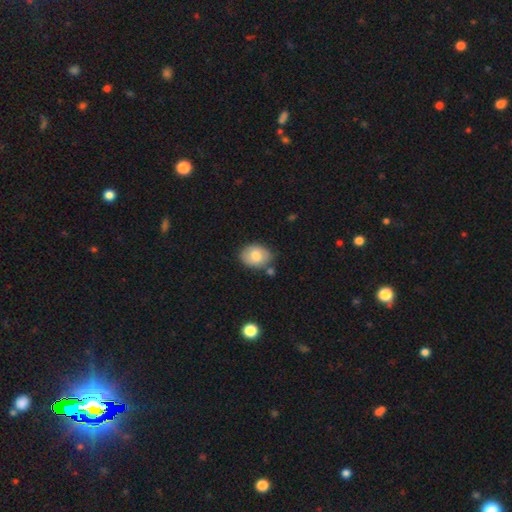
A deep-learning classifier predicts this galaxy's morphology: This appears to be a smooth galaxy with no disk features (73%) that is in between round and cigar-shaped (63%). Merging: none (75%).